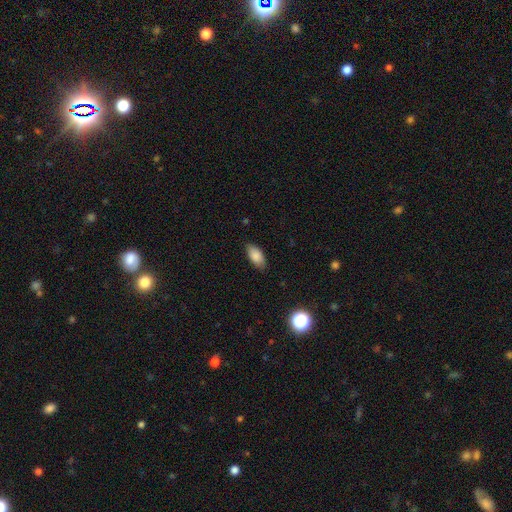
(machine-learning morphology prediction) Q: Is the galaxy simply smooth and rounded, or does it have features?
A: smooth — 86%.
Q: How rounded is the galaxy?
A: in between — 91%.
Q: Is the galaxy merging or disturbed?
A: none — 82%.